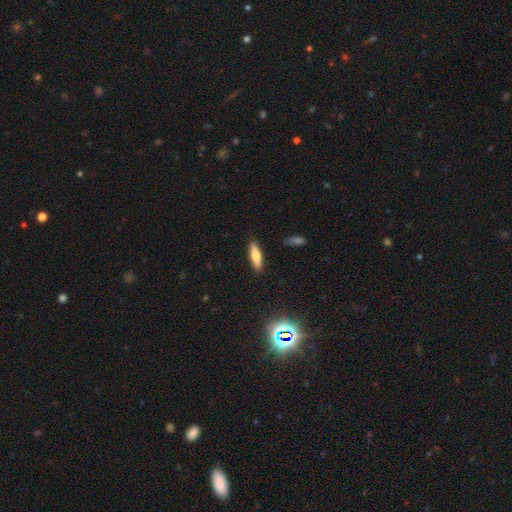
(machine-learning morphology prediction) type=smooth (64%); roundness=cigar-shaped (65%); merging=none (88%).